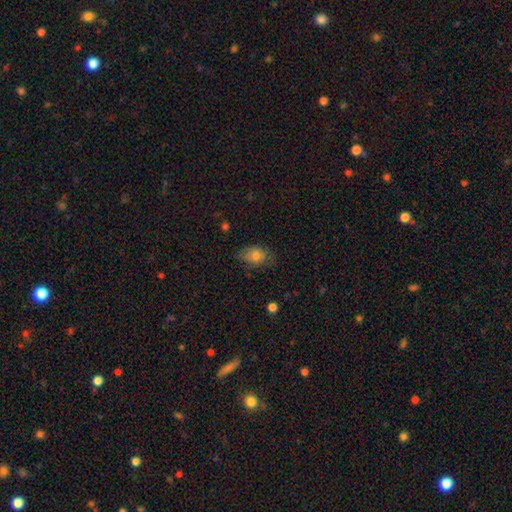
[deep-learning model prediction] smooth-or-featured: smooth: 76% | featured or disk: 13% | star or artifact: 11%
  how-rounded: in between: 73% | round: 26% | cigar-shaped: 2%
  merging: none: 66% | minor disturbance: 25% | major disturbance: 8% | merger: 1%